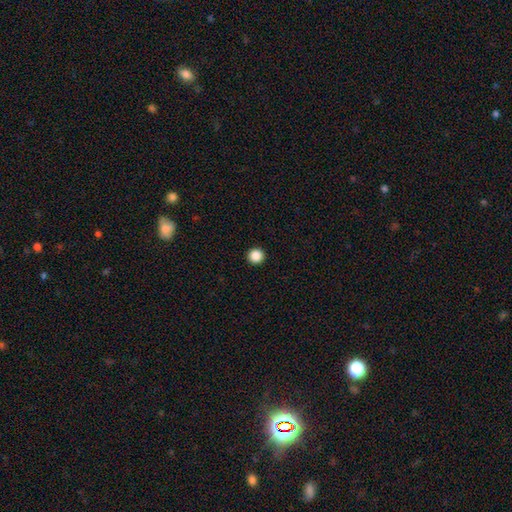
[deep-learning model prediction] A smooth galaxy with no disk features (88%) that is round (96%). Merging: none (94%).